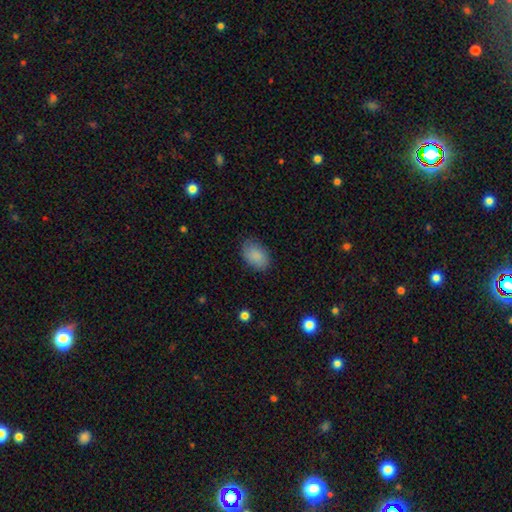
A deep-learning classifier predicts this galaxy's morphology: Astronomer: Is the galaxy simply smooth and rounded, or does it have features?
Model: smooth — 88%.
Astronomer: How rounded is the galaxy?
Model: in between — 87%.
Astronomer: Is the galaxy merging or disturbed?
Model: none — 80%.